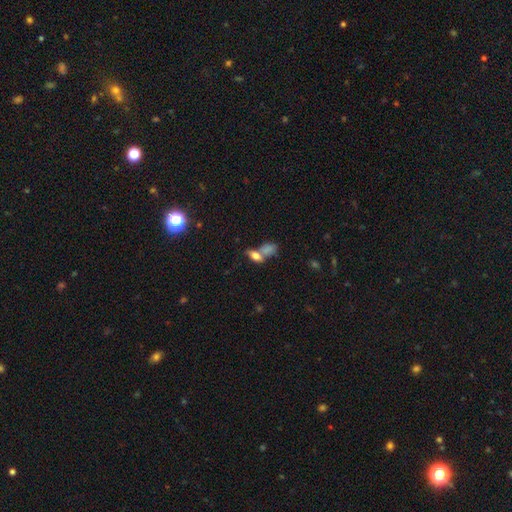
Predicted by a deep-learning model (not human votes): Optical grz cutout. It shows a smooth galaxy with no disk features (68%) that is in between round and cigar-shaped (79%). Merging: merger (51%).